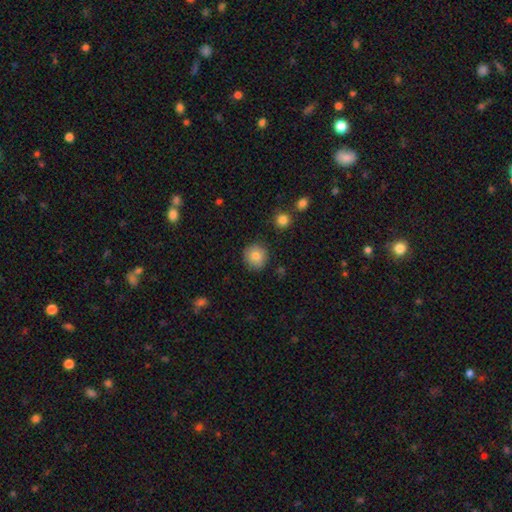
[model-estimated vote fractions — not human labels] Overall: smooth (82%). How rounded: round (91%). Merging: none (88%).